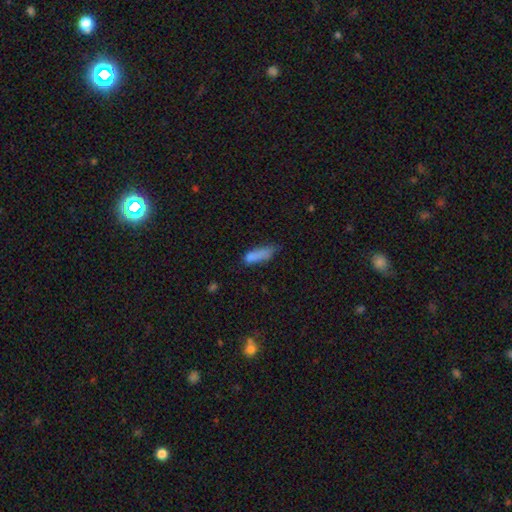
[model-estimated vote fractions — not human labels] Smooth or featured? Predicted: smooth (p=0.79). How rounded? Predicted: cigar-shaped (p=0.53). Merging? Predicted: none (p=0.45).